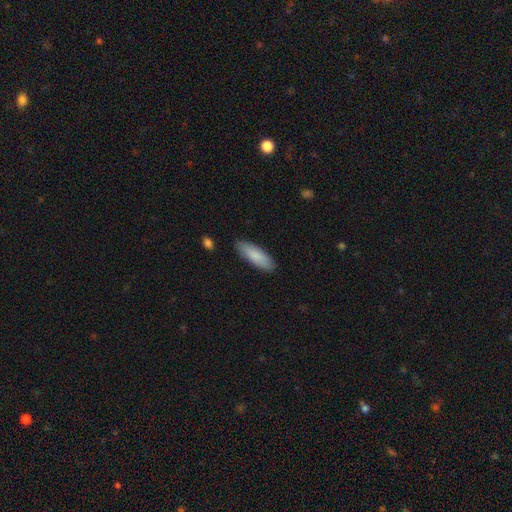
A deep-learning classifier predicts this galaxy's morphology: Smooth or featured? smooth (86%)
How rounded? in between (55%)
Merging? none (87%)